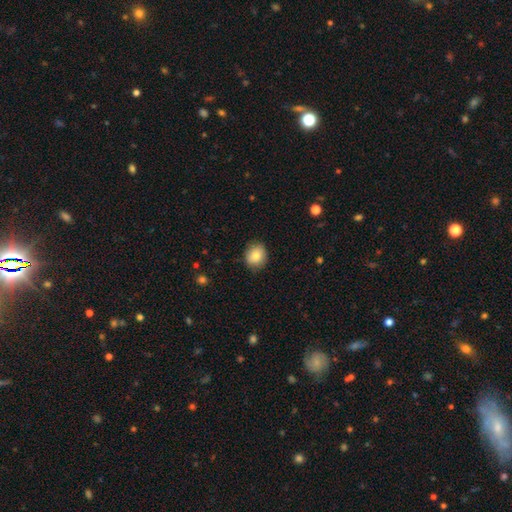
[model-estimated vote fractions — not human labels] Smooth or featured: smooth — 81% (featured or disk — 11%)
How rounded: round — 76% (in between — 23%)
Merging: none — 85% (minor disturbance — 12%)